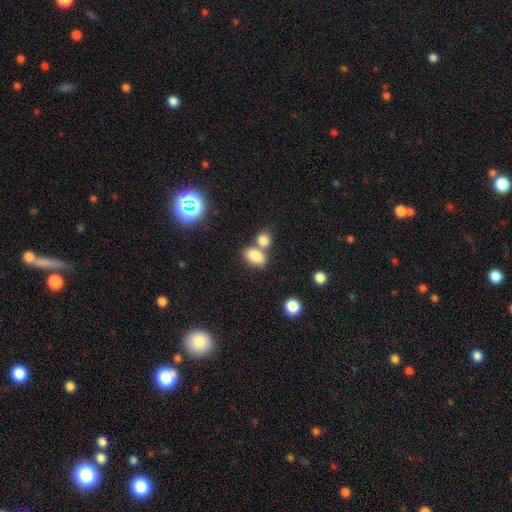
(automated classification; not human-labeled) smooth_or_featured: smooth (p=0.83) [alt: star or artifact p=0.10]
how_rounded: in between (p=0.85) [alt: round p=0.13]
merging: none (p=0.46) [alt: merger p=0.40]